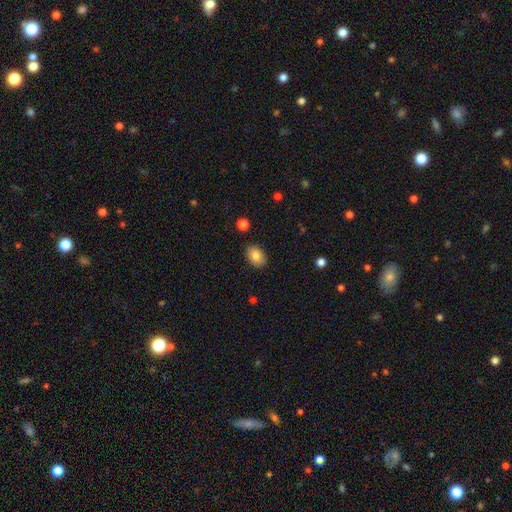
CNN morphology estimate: Smooth or featured? smooth (84%)
How rounded? in between (79%)
Merging? none (87%)